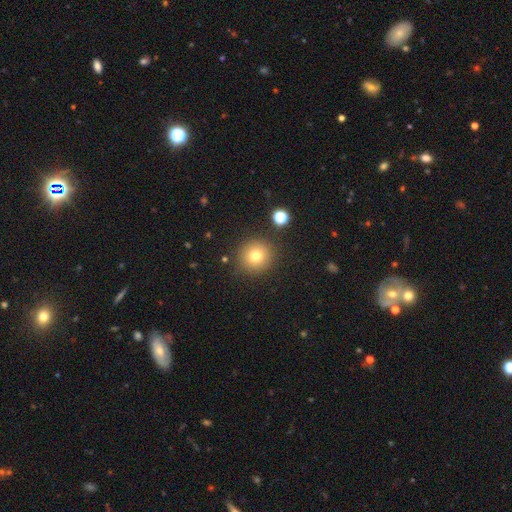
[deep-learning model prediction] smooth-or-featured: smooth: 77% | star or artifact: 14% | featured or disk: 10%
  how-rounded: round: 93% | in between: 6% | cigar-shaped: 1%
  merging: none: 87% | minor disturbance: 7% | major disturbance: 3% | merger: 3%